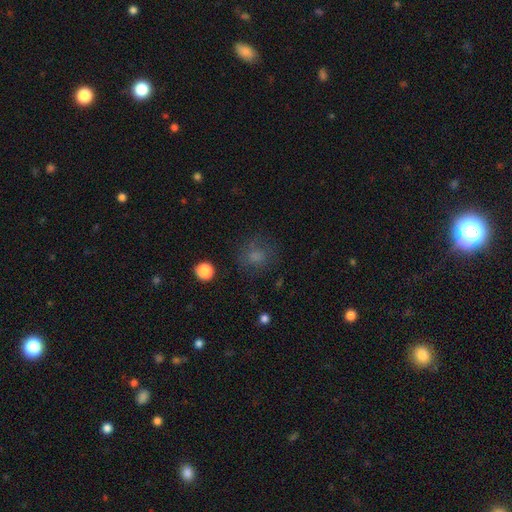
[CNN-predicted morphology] A smooth galaxy with no disk features (71%) that is round (76%).

Vote fractions:
- Smooth or featured? smooth: 71% / star or artifact: 17% / featured or disk: 12%
- How rounded? round: 76% / in between: 23% / cigar-shaped: 1%
- Merging? none: 70% / minor disturbance: 17% / major disturbance: 11% / merger: 2%